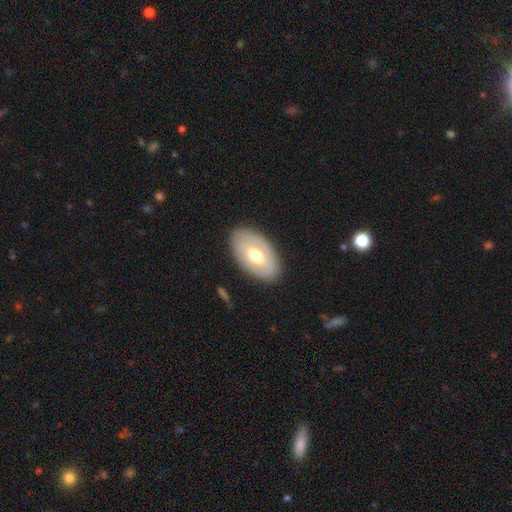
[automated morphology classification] This appears to be a smooth galaxy with no disk features (50%). Merging: none (84%).